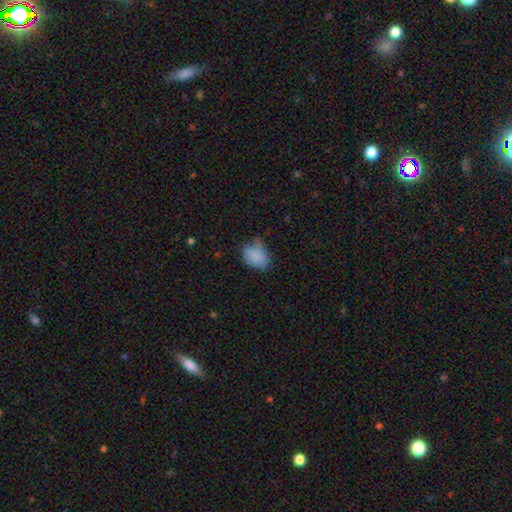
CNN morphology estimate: Smooth or featured? smooth (82%)
How rounded? in between (76%)
Merging? none (45%)